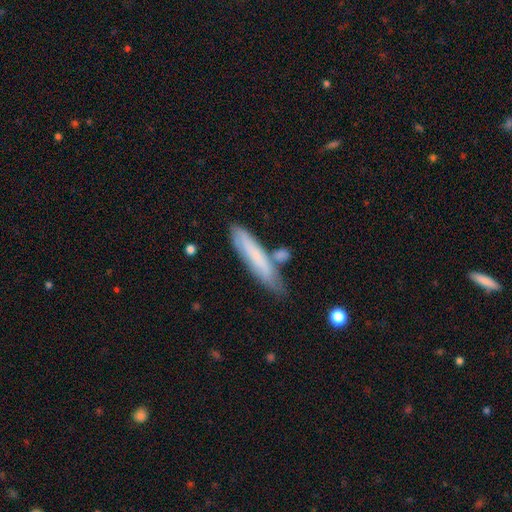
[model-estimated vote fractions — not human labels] A smooth galaxy with no disk features (65%) that is cigar-shaped (86%).

Vote fractions:
- Smooth or featured? smooth: 65% / featured or disk: 28% / star or artifact: 7%
- How rounded? cigar-shaped: 86% / in between: 13% / round: 1%
- Merging? none: 63% / minor disturbance: 20% / merger: 11% / major disturbance: 5%